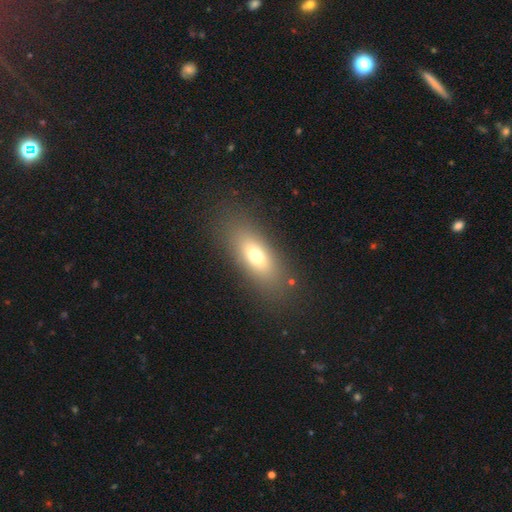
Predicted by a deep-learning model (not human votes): Smooth or featured: smooth — 68% (featured or disk — 22%)
How rounded: in between — 73% (cigar-shaped — 22%)
Merging: none — 85% (minor disturbance — 9%)